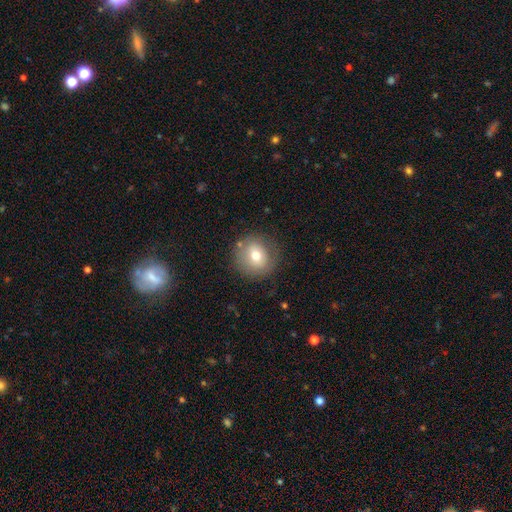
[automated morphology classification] smooth_or_featured: smooth (p=0.70) [alt: featured or disk p=0.20]
how_rounded: round (p=0.87) [alt: in between p=0.12]
merging: none (p=0.81) [alt: minor disturbance p=0.12]